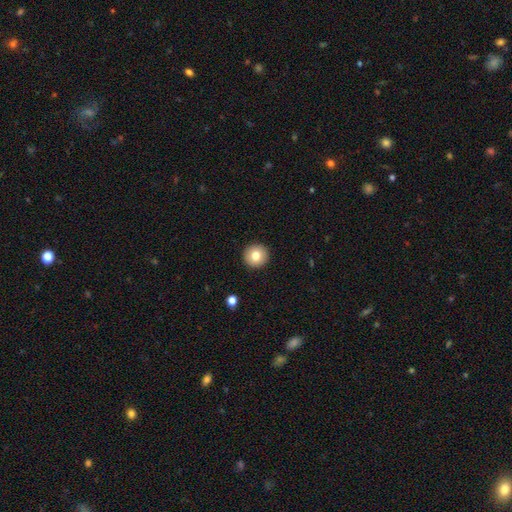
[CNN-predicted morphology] This appears to be a smooth galaxy with no disk features (79%) that is round (95%). Merging: none (93%).